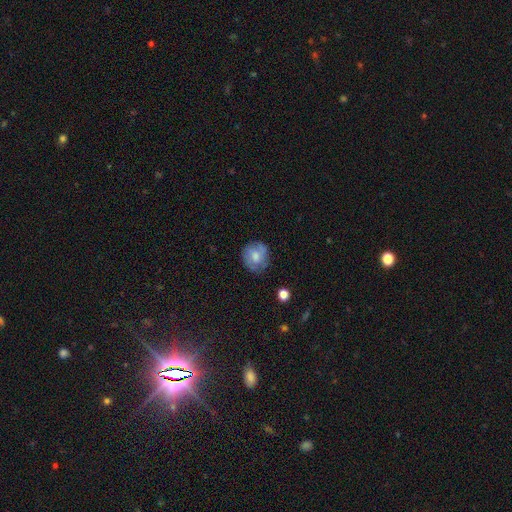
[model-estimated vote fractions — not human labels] This appears to be a smooth galaxy with no disk features (61%) that is round (79%). Merging: none (70%).